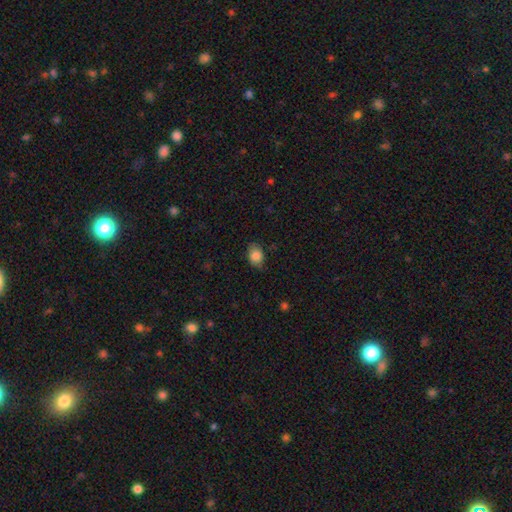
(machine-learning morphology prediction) Smooth or featured? smooth (84%)
How rounded? in between (76%)
Merging? none (77%)